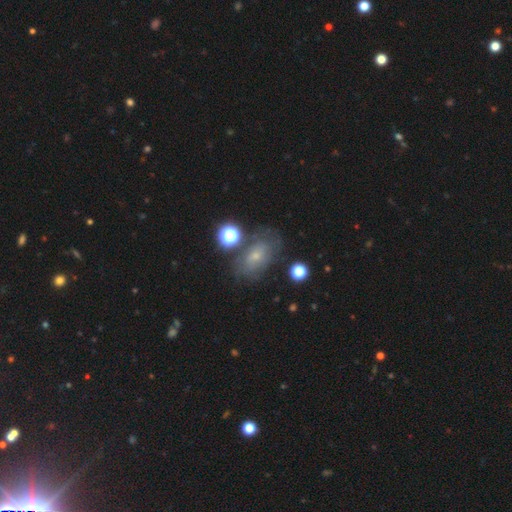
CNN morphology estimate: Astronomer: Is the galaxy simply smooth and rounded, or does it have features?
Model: smooth — 47% (runner-up: featured or disk, 38%).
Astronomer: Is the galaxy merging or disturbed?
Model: none — 59%.